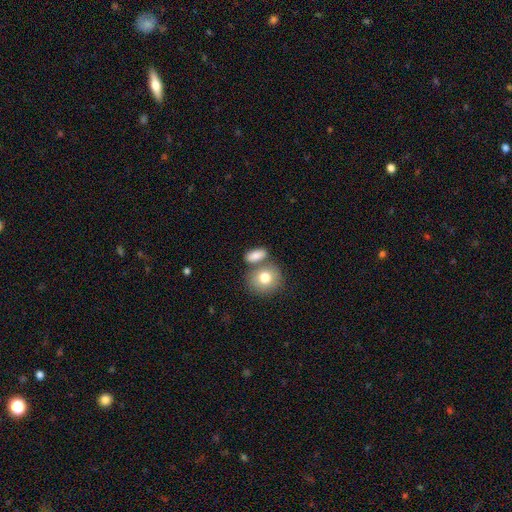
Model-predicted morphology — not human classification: Smooth or featured?
  - smooth: 81% *
  - featured or disk: 11%
  - star or artifact: 8%
How rounded?
  - in between: 74% *
  - round: 21%
  - cigar-shaped: 6%
Merging?
  - none: 58% *
  - merger: 25%
  - minor disturbance: 13%
  - major disturbance: 5%